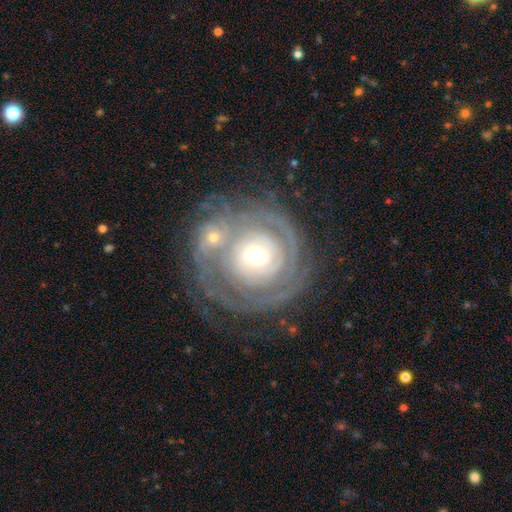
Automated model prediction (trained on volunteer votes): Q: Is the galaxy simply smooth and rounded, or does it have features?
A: featured or disk — 79%.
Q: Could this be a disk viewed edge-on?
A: no — 97%.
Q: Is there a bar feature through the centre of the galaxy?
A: no — 75%.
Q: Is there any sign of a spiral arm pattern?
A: yes — 85%.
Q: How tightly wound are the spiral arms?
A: tight — 80%.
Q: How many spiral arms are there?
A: can't tell — 42%.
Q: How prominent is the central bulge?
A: moderate — 60%.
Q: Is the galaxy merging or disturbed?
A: none — 48%.